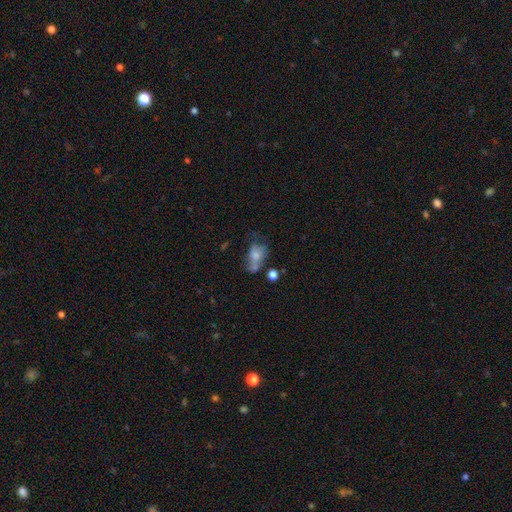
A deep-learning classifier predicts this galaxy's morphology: Smooth or featured?
  - smooth: 59% *
  - featured or disk: 29%
  - star or artifact: 12%
How rounded?
  - in between: 76% *
  - round: 22%
  - cigar-shaped: 2%
Merging?
  - merger: 29% *
  - major disturbance: 27%
  - none: 24%
  - minor disturbance: 20%